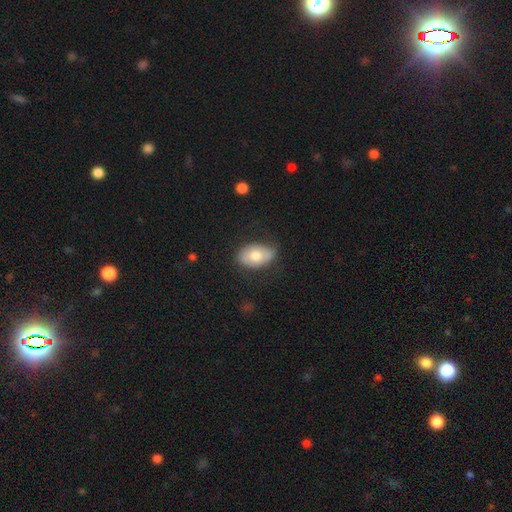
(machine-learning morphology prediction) smooth-or-featured: smooth: 68% | featured or disk: 26% | star or artifact: 7%
  how-rounded: in between: 88% | round: 11% | cigar-shaped: 1%
  merging: none: 75% | minor disturbance: 18% | major disturbance: 5% | merger: 1%